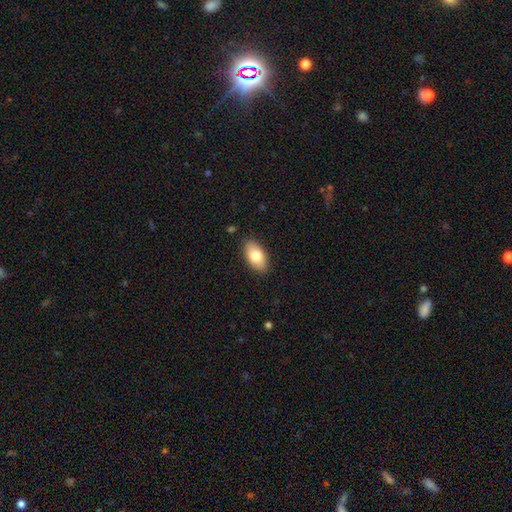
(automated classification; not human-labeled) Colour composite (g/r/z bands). It shows a smooth galaxy with no disk features (79%) that is in between round and cigar-shaped (93%). Merging: none (87%).